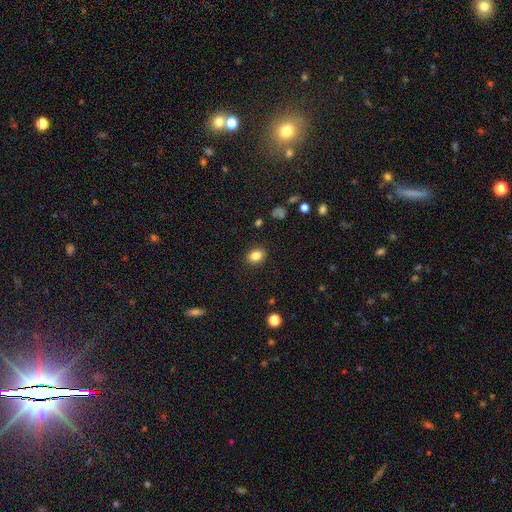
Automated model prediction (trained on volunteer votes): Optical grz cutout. It shows a smooth galaxy with no disk features (84%) that is in between round and cigar-shaped (59%). Merging: none (89%).